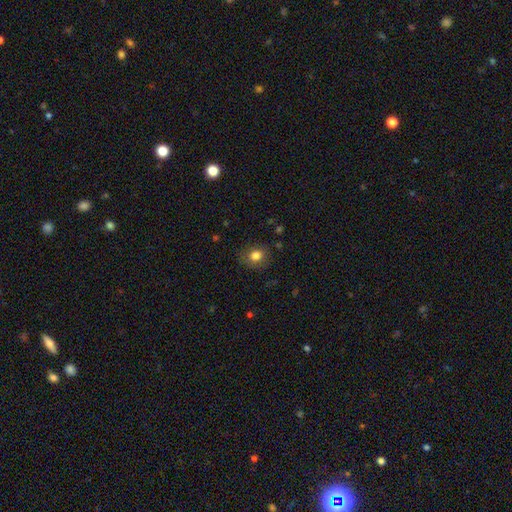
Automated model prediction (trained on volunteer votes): smooth 81%, star or artifact 11%, featured or disk 9%. Down the decision tree: how rounded — round (59%); merging — none (80%).